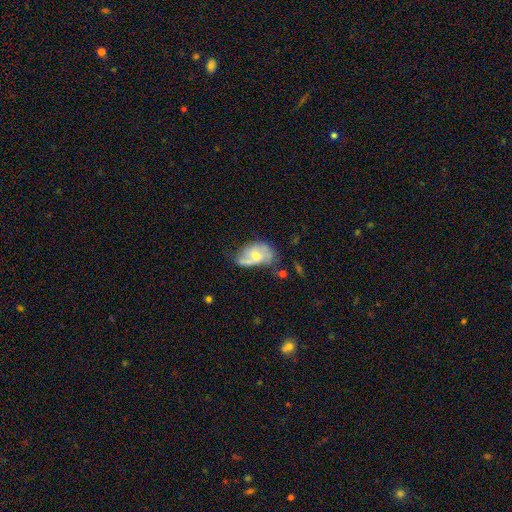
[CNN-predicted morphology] smooth_or_featured: featured or disk (p=0.65) [alt: smooth p=0.28]
disk_edge_on: no (p=0.97) [alt: yes p=0.03]
bar: no (p=0.60) [alt: weak p=0.34]
has_spiral_arms: yes (p=0.85) [alt: no p=0.15]
spiral_winding: medium (p=0.42) [alt: loose p=0.38]
spiral_arm_count: 2 (p=0.69) [alt: can't tell p=0.15]
bulge_size: moderate (p=0.46) [alt: small p=0.45]
merging: none (p=0.40) [alt: minor disturbance p=0.34]